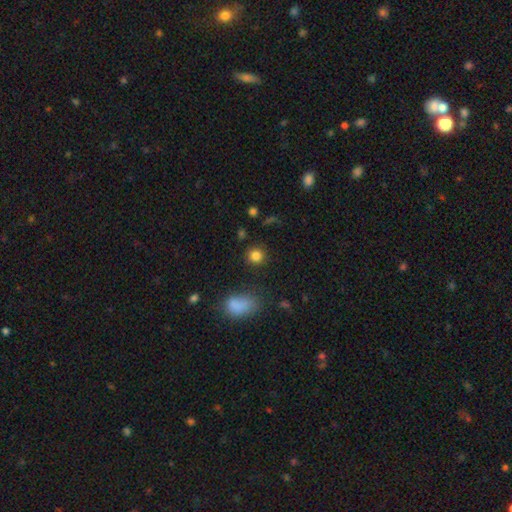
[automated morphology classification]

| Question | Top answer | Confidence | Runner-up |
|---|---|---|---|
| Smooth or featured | smooth | 83% | star or artifact (12%) |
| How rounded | round | 88% | in between (11%) |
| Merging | none | 85% | minor disturbance (8%) |